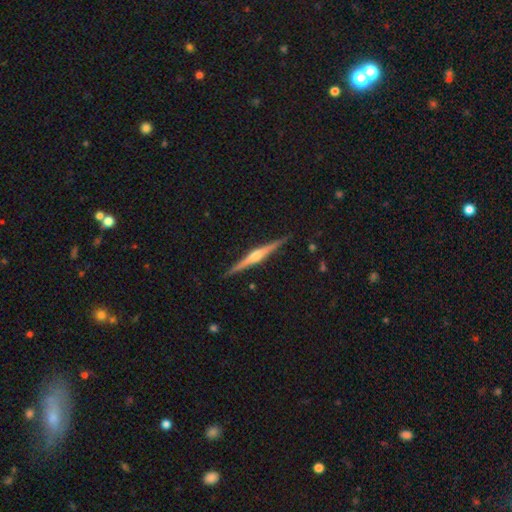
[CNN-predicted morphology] This is clearly a featured or disk galaxy (82%). It is clearly viewed edge-on (99%). Edge-on bulge: clearly rounded (85%). Merging: clearly none (91%).